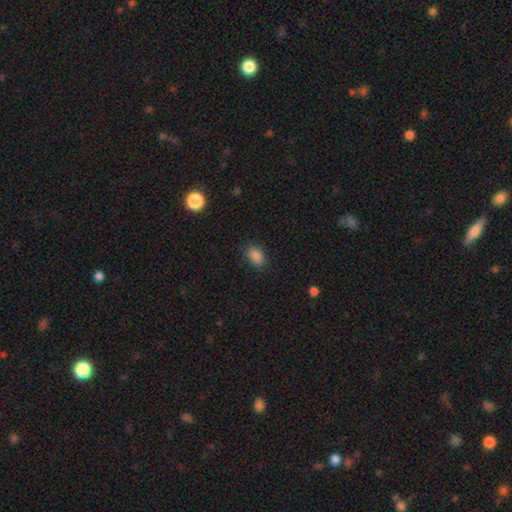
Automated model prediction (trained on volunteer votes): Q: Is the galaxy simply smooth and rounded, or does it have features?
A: smooth — 86%.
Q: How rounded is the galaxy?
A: in between — 82%.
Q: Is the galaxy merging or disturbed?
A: none — 83%.